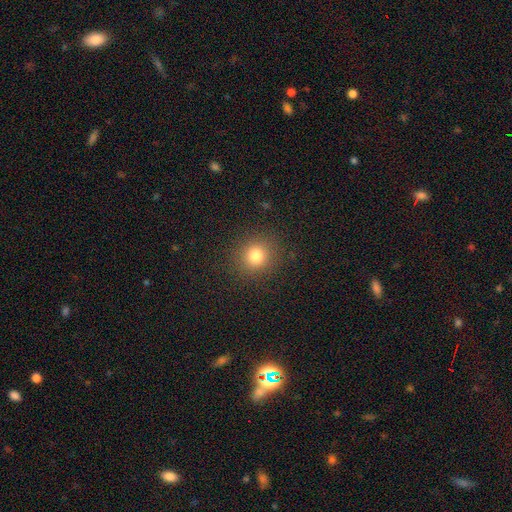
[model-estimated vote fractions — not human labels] Smooth or featured: smooth — 79% (star or artifact — 14%)
How rounded: round — 88% (in between — 11%)
Merging: none — 89% (minor disturbance — 7%)